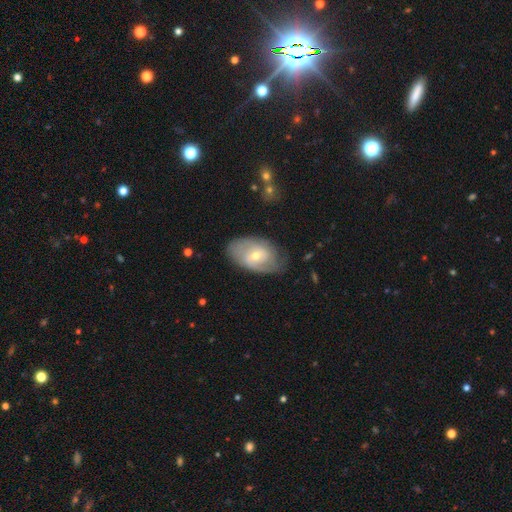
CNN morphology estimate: featured or disk 69%, smooth 25%, star or artifact 6%. Down the decision tree: edge-on disk — no (94%); bar — no (53%); spiral arms — yes (82%); spiral arm count — 2 (46%); spiral winding — tight (50%); bulge size — moderate (52%); merging — none (69%).